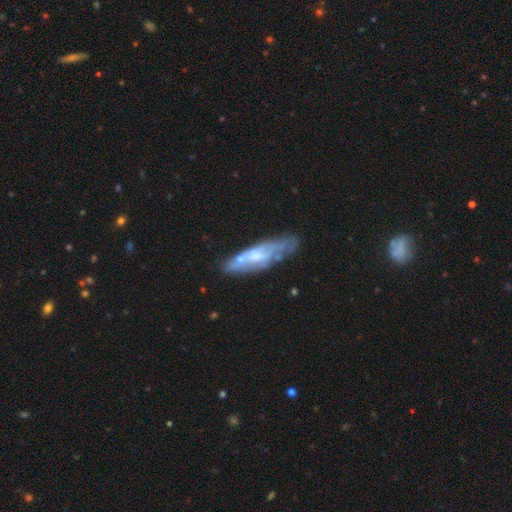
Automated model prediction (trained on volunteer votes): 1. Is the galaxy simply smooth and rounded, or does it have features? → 60% featured or disk, 33% smooth, 7% star or artifact.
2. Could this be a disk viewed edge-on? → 69% no, 31% yes.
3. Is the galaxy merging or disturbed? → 50% none, 25% minor disturbance, 15% major disturbance, 10% merger.